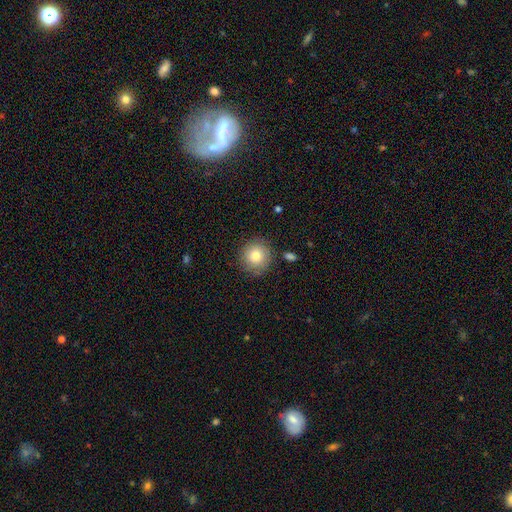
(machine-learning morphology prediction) type=smooth (80%); roundness=round (92%); merging=none (84%).